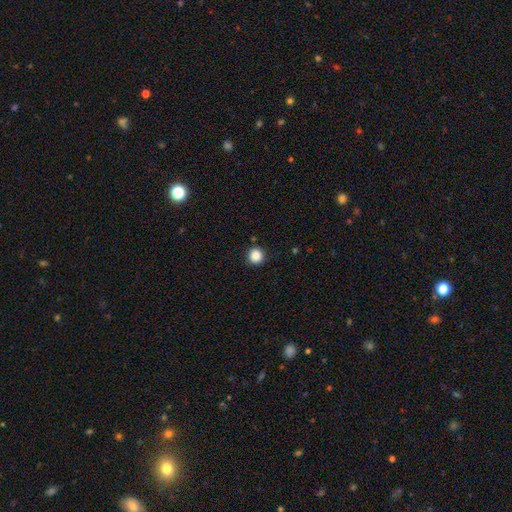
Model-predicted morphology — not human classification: Smooth or featured?
  - smooth: 87% *
  - star or artifact: 10%
  - featured or disk: 3%
How rounded?
  - round: 95% *
  - in between: 4%
  - cigar-shaped: 1%
Merging?
  - none: 91% *
  - minor disturbance: 6%
  - major disturbance: 2%
  - merger: 1%